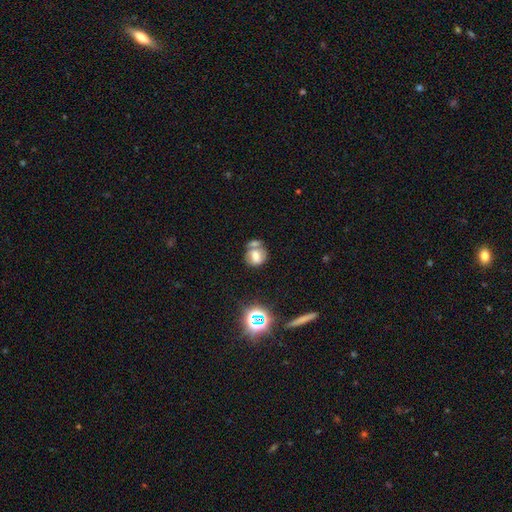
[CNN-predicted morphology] smooth_or_featured: smooth (p=0.56) [alt: featured or disk p=0.29]
how_rounded: round (p=0.70) [alt: in between p=0.29]
merging: merger (p=0.40) [alt: none p=0.37]